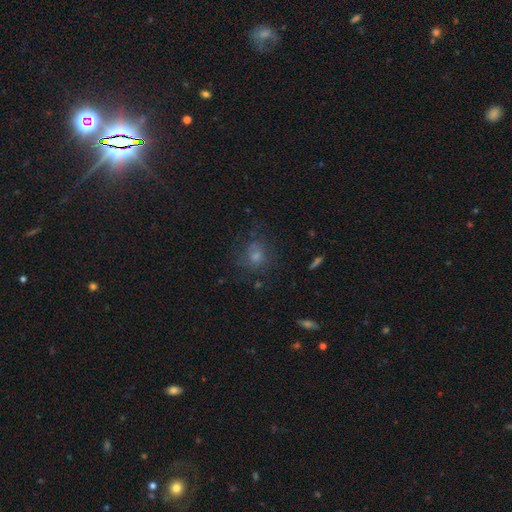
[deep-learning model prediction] Smooth or featured? smooth (46%)
Merging? none (70%)